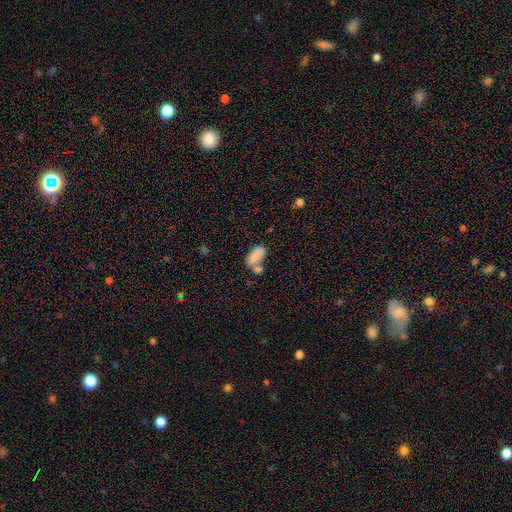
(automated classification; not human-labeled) Morphology: type=smooth (76%); roundness=in between (89%); merging=merger (40%).